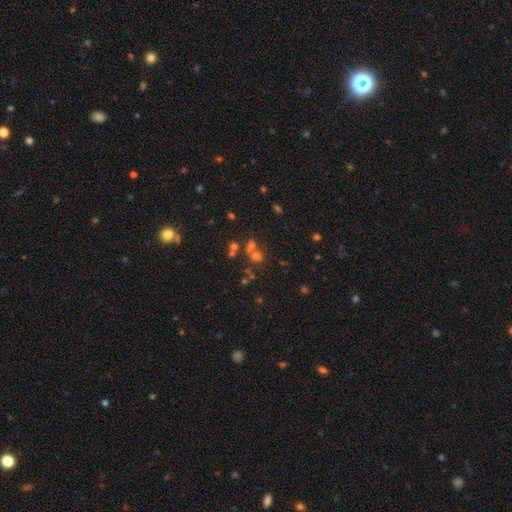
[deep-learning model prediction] smooth_or_featured: smooth (p=0.46) [alt: star or artifact p=0.36]
merging: none (p=0.49) [alt: merger p=0.38]